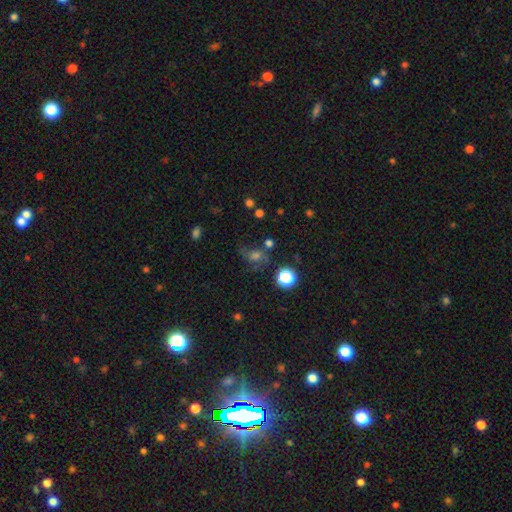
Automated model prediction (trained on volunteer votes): Smooth or featured? smooth (46%)
Merging? none (54%)